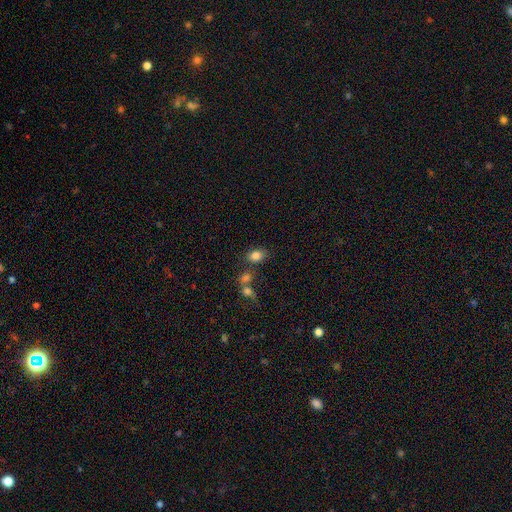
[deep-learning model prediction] smooth_or_featured: smooth (p=0.82) [alt: star or artifact p=0.11]
how_rounded: in between (p=0.67) [alt: round p=0.31]
merging: none (p=0.67) [alt: merger p=0.15]